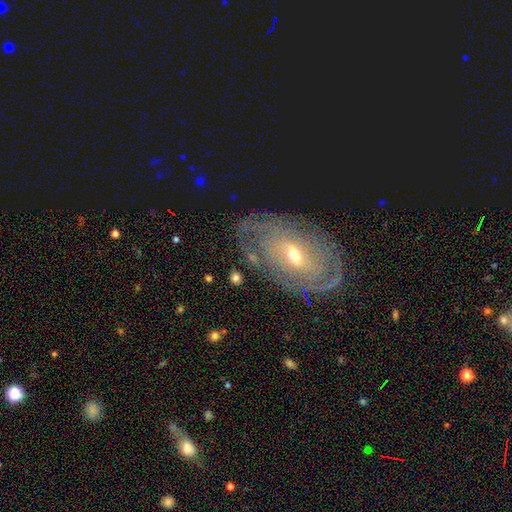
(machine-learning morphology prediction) The model was most divided on "bar": weak: 44%, no: 40%, strong: 16%. Remaining: edge-on disk — no (93%); spiral arms — yes (88%); smooth or featured — featured or disk (81%); merging — none (74%); spiral winding — tight (74%); bulge size — moderate (52%); spiral arm count — can't tell (50%).